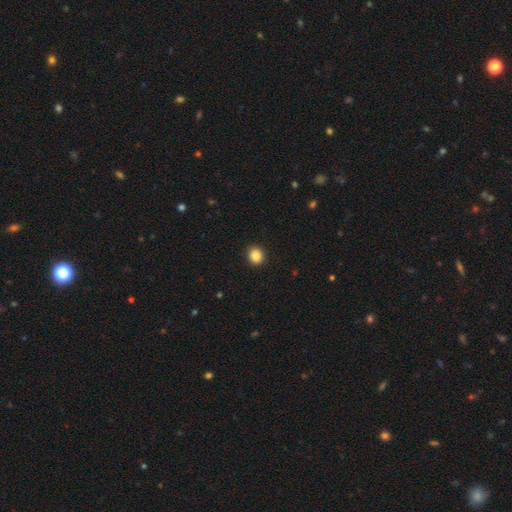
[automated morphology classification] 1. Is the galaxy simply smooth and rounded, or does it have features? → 87% smooth, 10% star or artifact, 3% featured or disk.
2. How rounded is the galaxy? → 78% round, 21% in between, 1% cigar-shaped.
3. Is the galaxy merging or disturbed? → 92% none, 5% minor disturbance, 2% major disturbance, 1% merger.